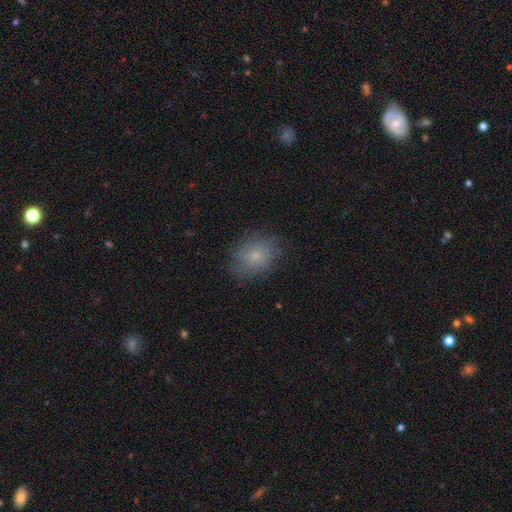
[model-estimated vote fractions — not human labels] smooth_or_featured: smooth (p=0.72) [alt: featured or disk p=0.17]
how_rounded: in between (p=0.50) [alt: round p=0.49]
merging: none (p=0.76) [alt: minor disturbance p=0.17]